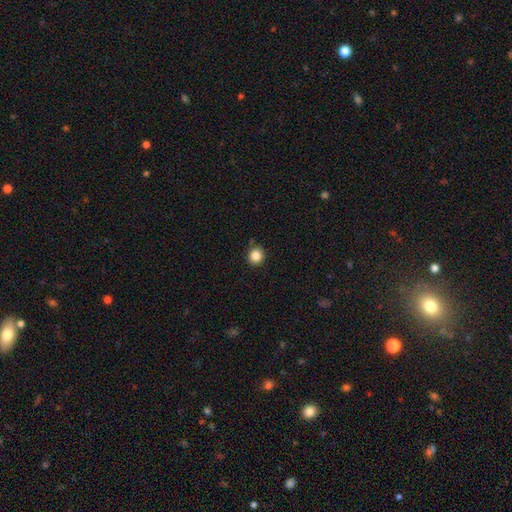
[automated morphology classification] Smooth or featured: smooth — 86% (star or artifact — 11%)
How rounded: round — 91% (in between — 8%)
Merging: none — 89% (minor disturbance — 7%)